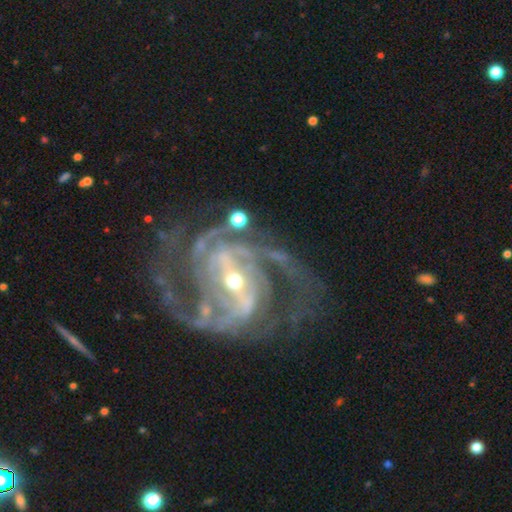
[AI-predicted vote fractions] Smooth or featured: featured or disk — 92% (star or artifact — 5%)
Edge-on disk: no — 97% (yes — 3%)
Bar: strong — 55% (weak — 33%)
Spiral arms: yes — 98% (no — 2%)
Spiral winding: medium — 54% (tight — 33%)
Spiral arm count: 2 — 56% (3 — 18%)
Bulge size: small — 58% (moderate — 38%)
Merging: none — 66% (minor disturbance — 17%)